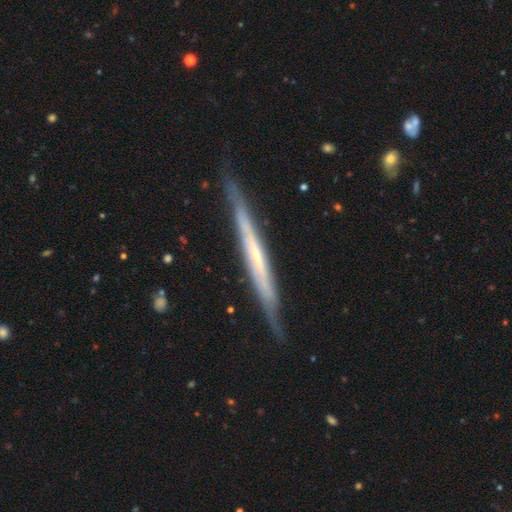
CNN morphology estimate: Overall: featured or disk (71%). Edge-on disk: yes (94%). Edge-on bulge: none (71%). Merging: none (83%).